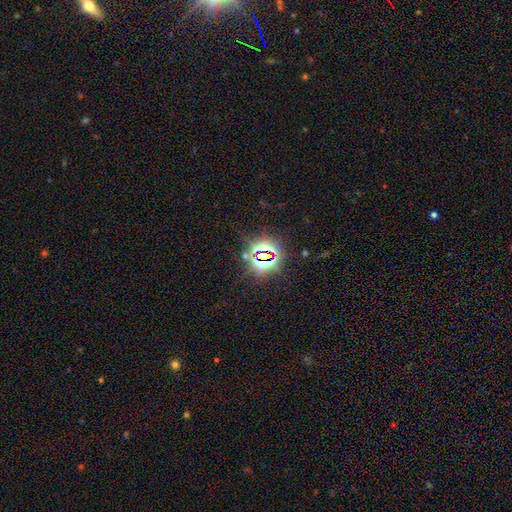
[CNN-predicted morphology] This appears to be a star or artifact, not a galaxy (82%).